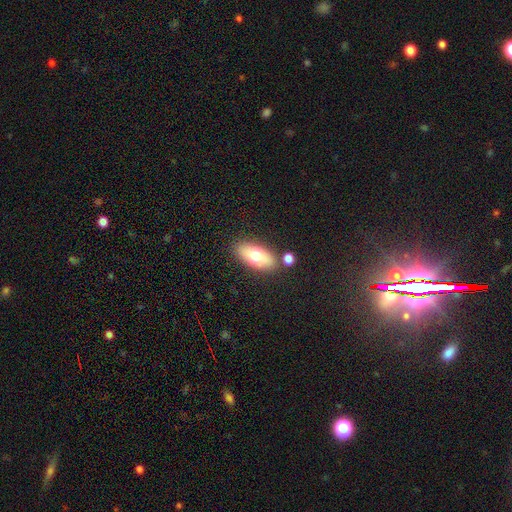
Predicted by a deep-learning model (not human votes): This appears to be a smooth galaxy with no disk features (70%) that is in between round and cigar-shaped (86%). Merging: none (80%).